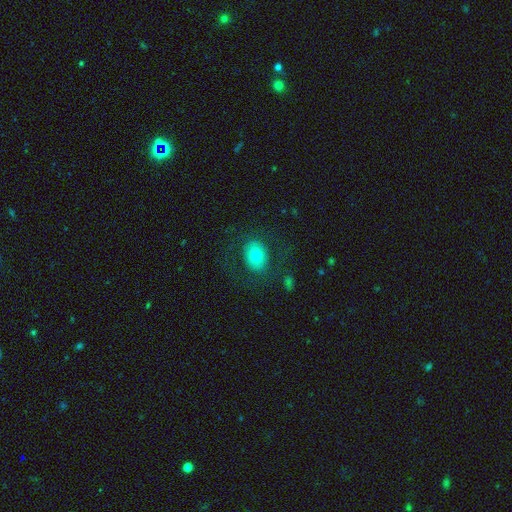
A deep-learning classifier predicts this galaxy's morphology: Smooth or featured: smooth — 71% (featured or disk — 20%)
How rounded: in between — 52% (round — 48%)
Merging: none — 77% (minor disturbance — 11%)